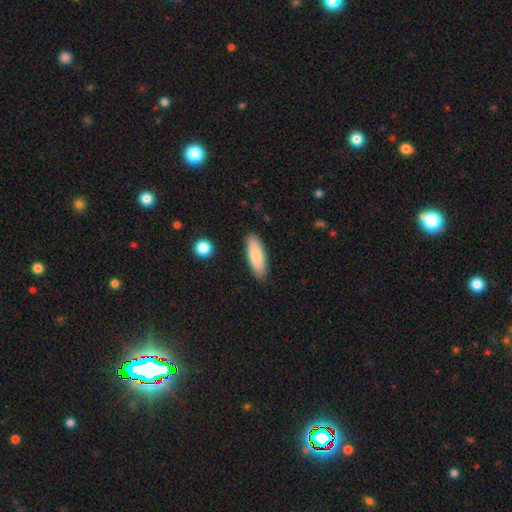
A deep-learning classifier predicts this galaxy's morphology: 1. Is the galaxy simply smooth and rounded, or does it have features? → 80% smooth, 14% featured or disk, 6% star or artifact.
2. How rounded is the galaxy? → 56% in between, 42% cigar-shaped, 2% round.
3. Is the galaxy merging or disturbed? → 87% none, 9% minor disturbance, 2% major disturbance, 2% merger.